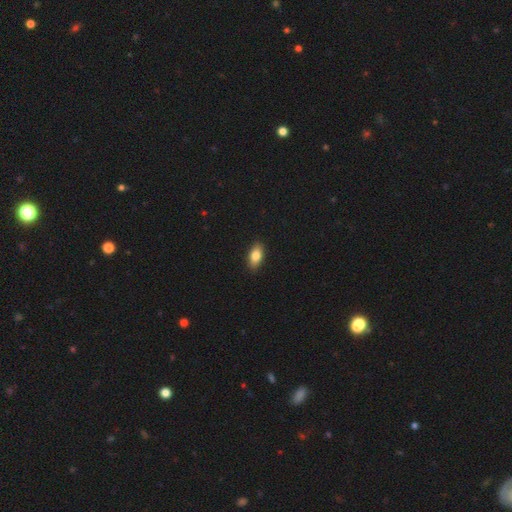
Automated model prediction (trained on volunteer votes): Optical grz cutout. It shows a smooth galaxy with no disk features (83%) that is in between round and cigar-shaped (89%). Merging: none (89%).